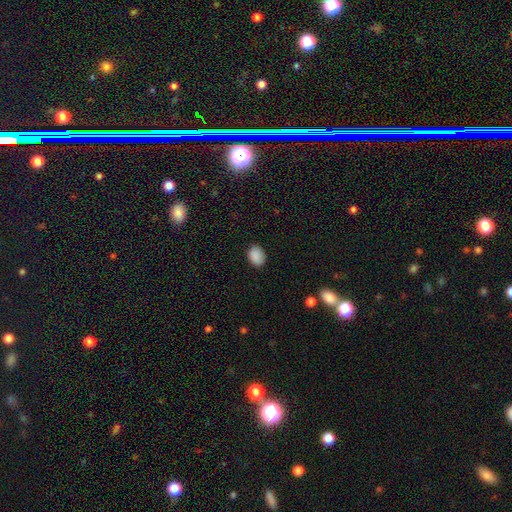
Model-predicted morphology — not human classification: Smooth or featured?
  - smooth: 89% *
  - star or artifact: 8%
  - featured or disk: 3%
How rounded?
  - in between: 70% *
  - round: 29%
  - cigar-shaped: 1%
Merging?
  - none: 86% *
  - minor disturbance: 10%
  - major disturbance: 2%
  - merger: 1%